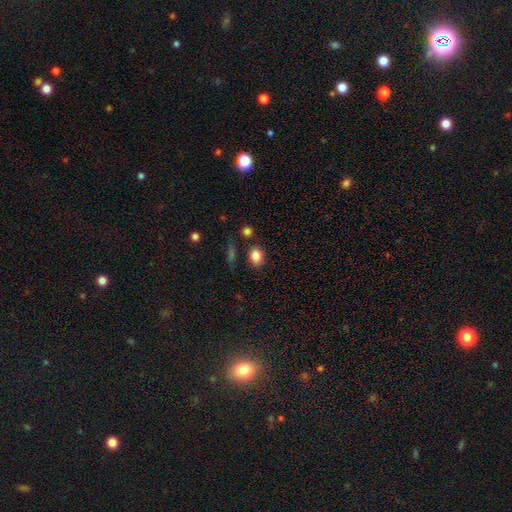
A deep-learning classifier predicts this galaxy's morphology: Q: Smooth or featured?
A: smooth (85%); runner-up: star or artifact (9%)
Q: How rounded?
A: in between (59%); runner-up: round (39%)
Q: Merging?
A: none (79%); runner-up: minor disturbance (12%)